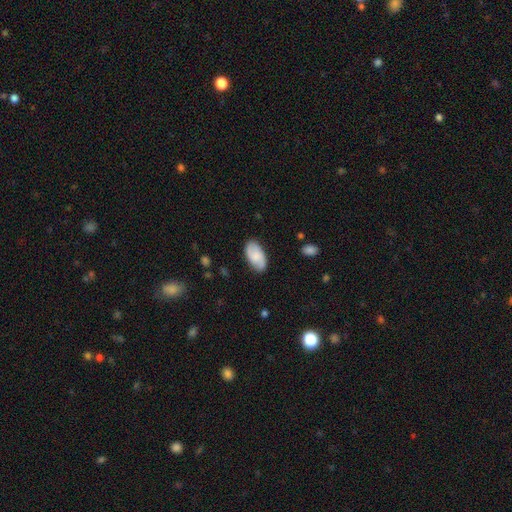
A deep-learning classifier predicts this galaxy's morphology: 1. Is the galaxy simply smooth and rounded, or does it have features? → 54% smooth, 39% featured or disk, 7% star or artifact.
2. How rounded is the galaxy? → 94% in between, 4% round, 2% cigar-shaped.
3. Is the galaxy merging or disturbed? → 81% none, 15% minor disturbance, 3% major disturbance, 1% merger.